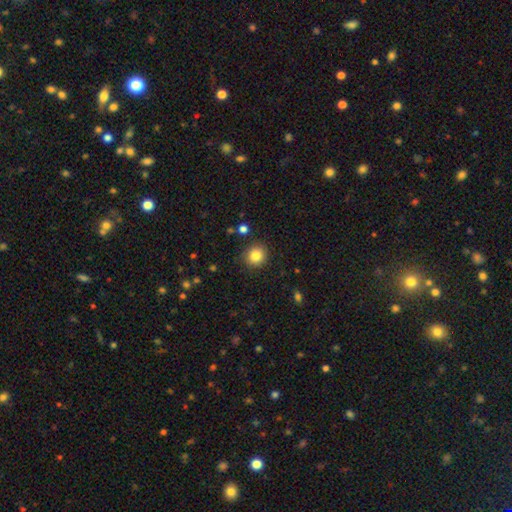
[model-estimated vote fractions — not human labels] smooth 84%, star or artifact 10%, featured or disk 5%. Down the decision tree: how rounded — round (87%); merging — none (88%).